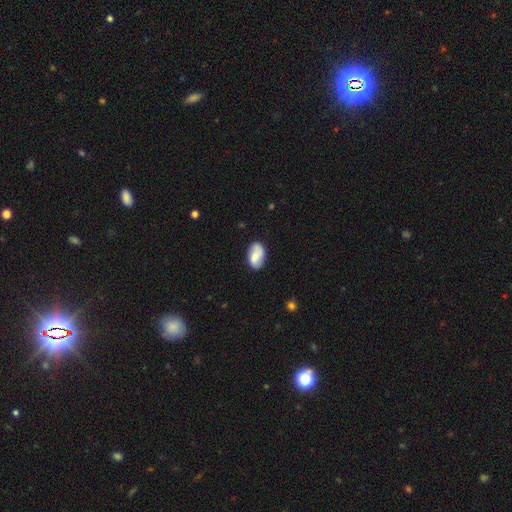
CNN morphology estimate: This appears to be a smooth galaxy with no disk features (63%) that is in between round and cigar-shaped (92%). Merging: none (73%).